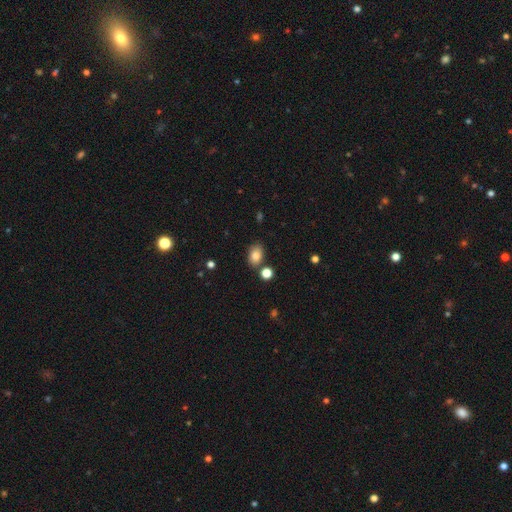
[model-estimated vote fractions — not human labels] Q: Smooth or featured?
A: smooth (83%); runner-up: star or artifact (10%)
Q: How rounded?
A: in between (79%); runner-up: round (20%)
Q: Merging?
A: none (78%); runner-up: minor disturbance (12%)